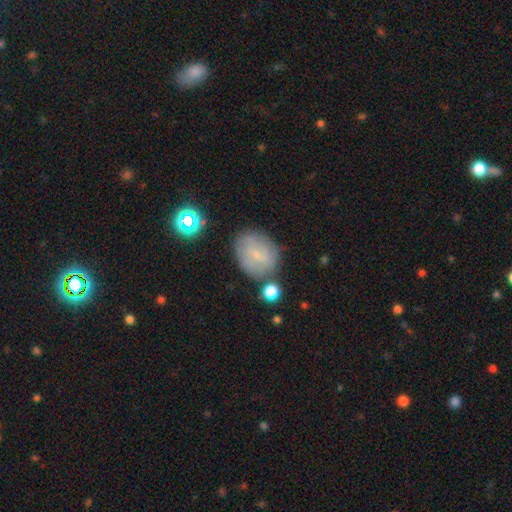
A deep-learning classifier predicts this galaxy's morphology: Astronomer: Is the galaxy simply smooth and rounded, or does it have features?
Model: smooth — 52% (runner-up: featured or disk, 36%).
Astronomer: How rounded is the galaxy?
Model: in between — 53% (runner-up: round, 45%).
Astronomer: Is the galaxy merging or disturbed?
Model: none — 70%.